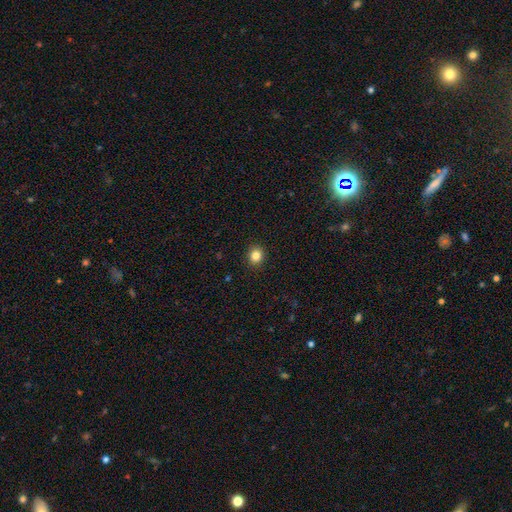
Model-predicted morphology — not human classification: Q: Smooth or featured?
A: smooth (84%); runner-up: star or artifact (11%)
Q: How rounded?
A: round (81%); runner-up: in between (19%)
Q: Merging?
A: none (92%); runner-up: minor disturbance (5%)